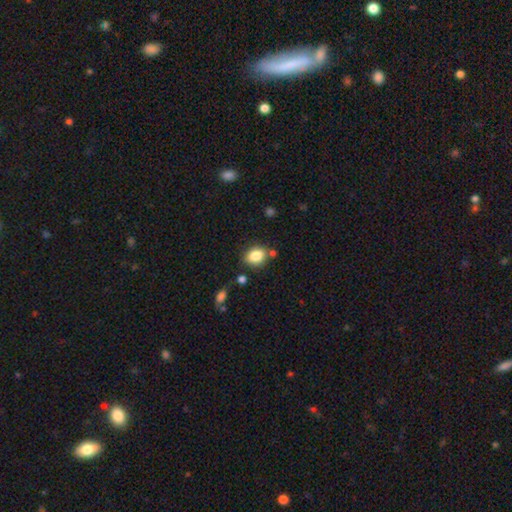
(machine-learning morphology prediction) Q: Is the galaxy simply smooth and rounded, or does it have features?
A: smooth — 84%.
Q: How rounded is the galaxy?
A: in between — 57%.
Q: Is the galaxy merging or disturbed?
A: none — 75%.